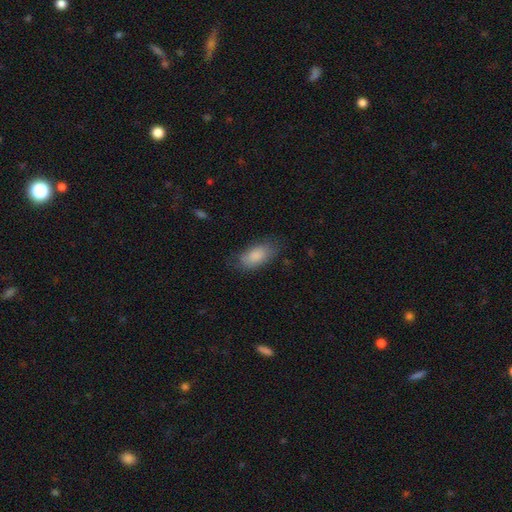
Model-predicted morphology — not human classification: A smooth galaxy with no disk features (84%) that is in between round and cigar-shaped (90%).

Vote fractions:
- Smooth or featured? smooth: 84% / featured or disk: 9% / star or artifact: 6%
- How rounded? in between: 90% / cigar-shaped: 7% / round: 3%
- Merging? none: 72% / minor disturbance: 21% / major disturbance: 6% / merger: 1%